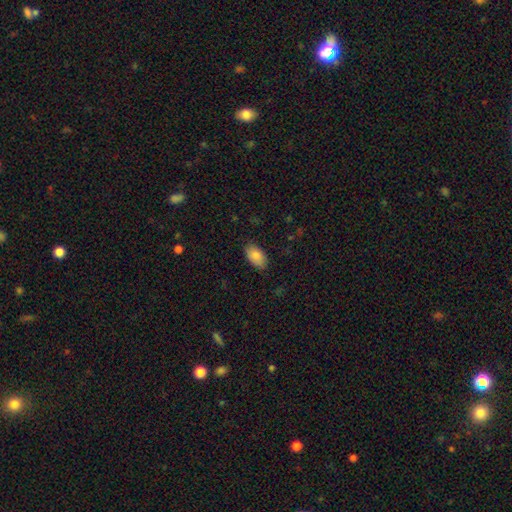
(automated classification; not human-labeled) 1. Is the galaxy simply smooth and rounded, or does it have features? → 86% smooth, 8% featured or disk, 7% star or artifact.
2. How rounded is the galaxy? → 94% in between, 4% round, 2% cigar-shaped.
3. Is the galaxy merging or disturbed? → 85% none, 12% minor disturbance, 3% major disturbance, 1% merger.